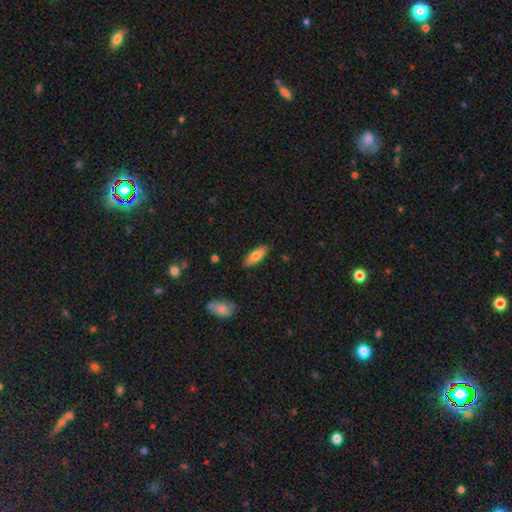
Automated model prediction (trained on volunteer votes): Smooth or featured? smooth (77%)
How rounded? in between (72%)
Merging? none (87%)